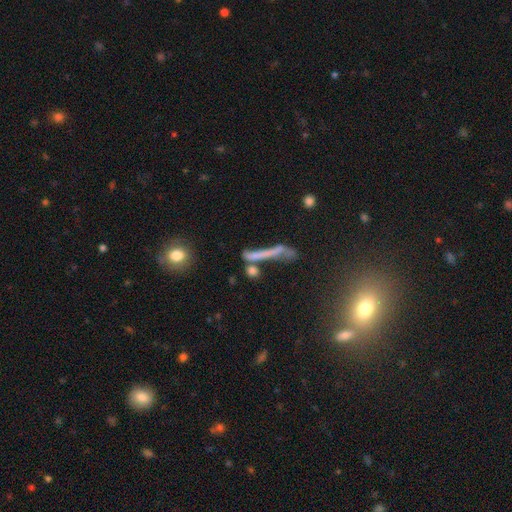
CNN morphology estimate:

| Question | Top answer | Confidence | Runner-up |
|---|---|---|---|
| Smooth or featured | smooth | 50% | featured or disk (35%) |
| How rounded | cigar-shaped | 83% | in between (11%) |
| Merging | none | 37% | merger (28%) |